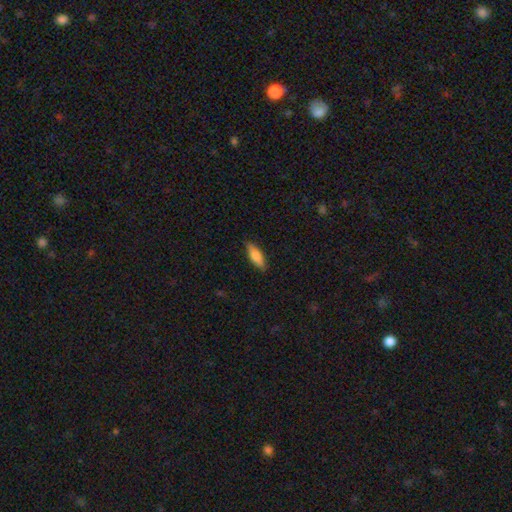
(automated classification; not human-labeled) Overall: smooth (78%). How rounded: in between (61%; cigar-shaped 37%). Merging: none (86%).